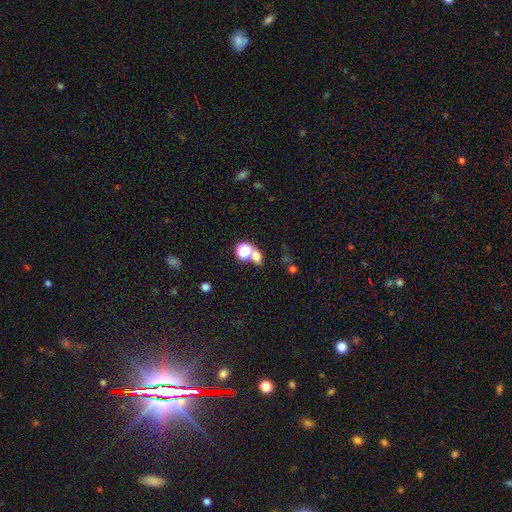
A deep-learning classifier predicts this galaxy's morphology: smooth 64%, star or artifact 25%, featured or disk 10%. Down the decision tree: how rounded — round (56%); merging — none (50%).